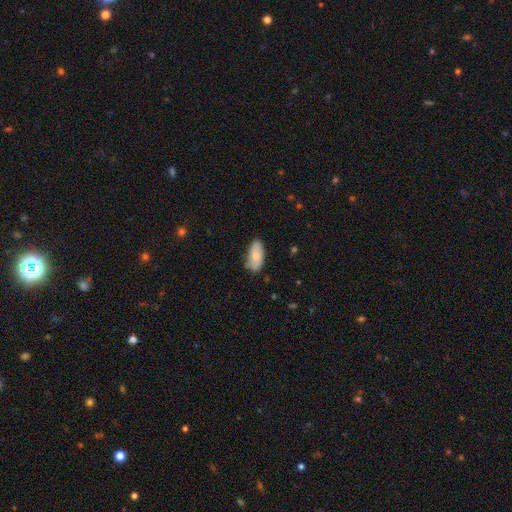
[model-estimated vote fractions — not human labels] Smooth or featured? smooth (71%)
How rounded? in between (91%)
Merging? none (69%)